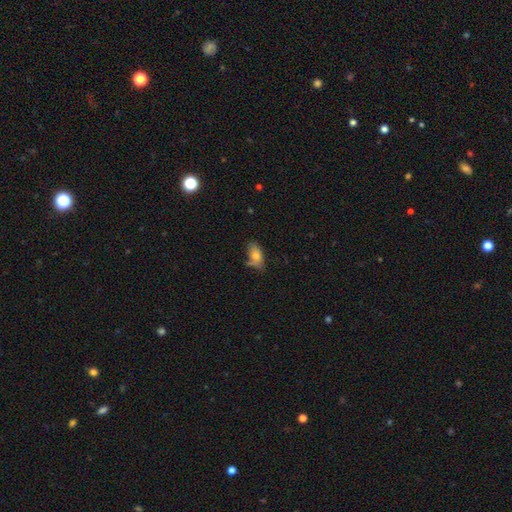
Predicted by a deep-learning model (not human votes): Smooth or featured: smooth — 75% (featured or disk — 16%)
How rounded: in between — 89% (cigar-shaped — 7%)
Merging: none — 59% (minor disturbance — 26%)